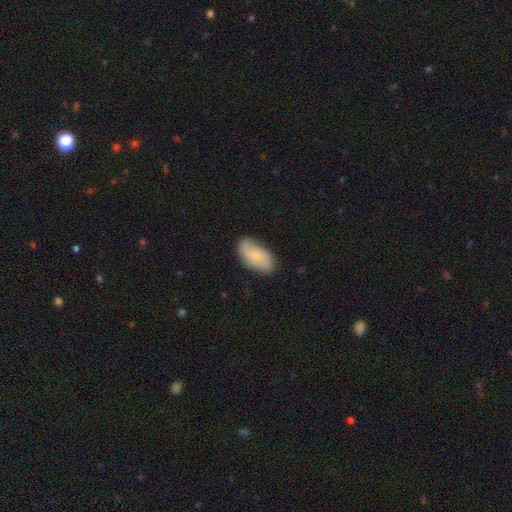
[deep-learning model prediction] smooth 56%, featured or disk 37%, star or artifact 7%. Down the decision tree: how rounded — in between (93%); merging — none (75%).